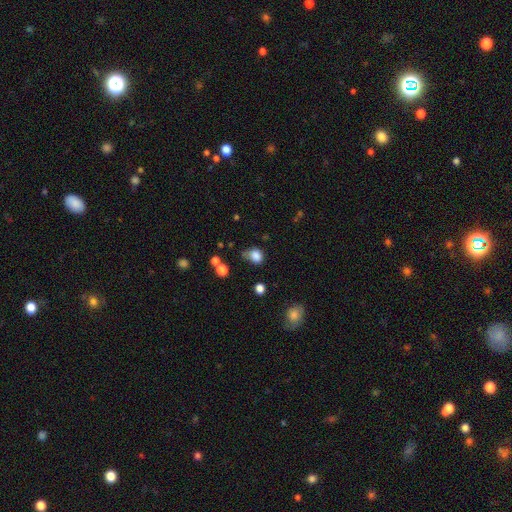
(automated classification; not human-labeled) smooth_or_featured: smooth (p=0.82) [alt: star or artifact p=0.12]
how_rounded: round (p=0.58) [alt: in between p=0.41]
merging: none (p=0.48) [alt: minor disturbance p=0.33]